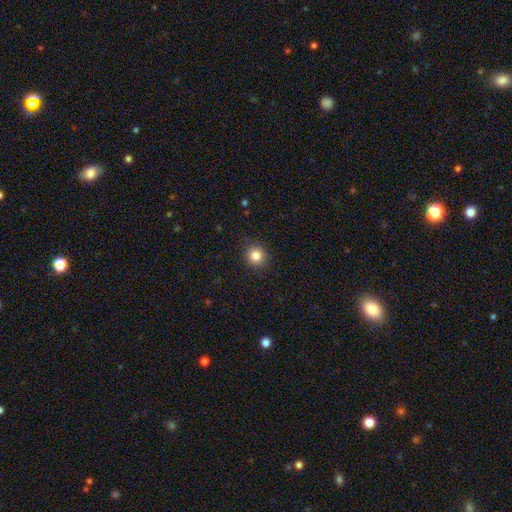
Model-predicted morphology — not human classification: smooth-or-featured: smooth: 84% | star or artifact: 11% | featured or disk: 5%
  how-rounded: round: 90% | in between: 9% | cigar-shaped: 1%
  merging: none: 91% | minor disturbance: 6% | major disturbance: 2% | merger: 1%